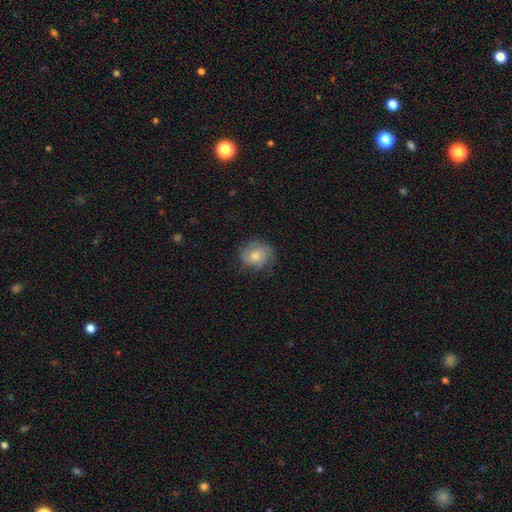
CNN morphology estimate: Q: Smooth or featured?
A: smooth (68%); runner-up: featured or disk (25%)
Q: How rounded?
A: round (75%); runner-up: in between (24%)
Q: Merging?
A: none (67%); runner-up: minor disturbance (23%)